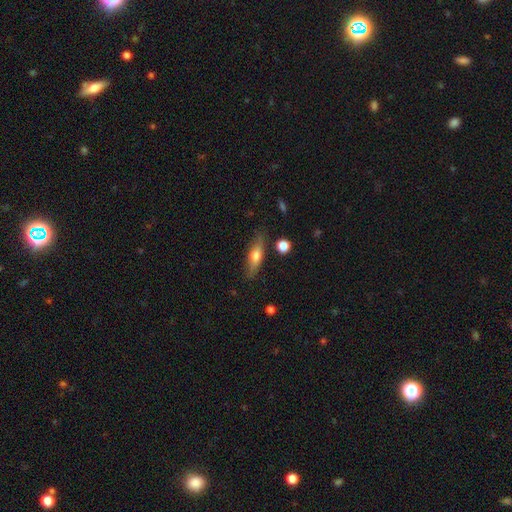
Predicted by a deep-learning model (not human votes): This appears to be a smooth galaxy with no disk features (52%) that is cigar-shaped (56%). Merging: none (80%).